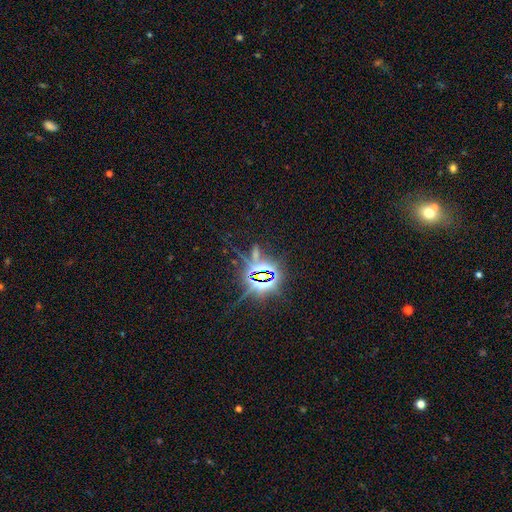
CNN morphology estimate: This appears to be a star or artifact, not a galaxy (83%).